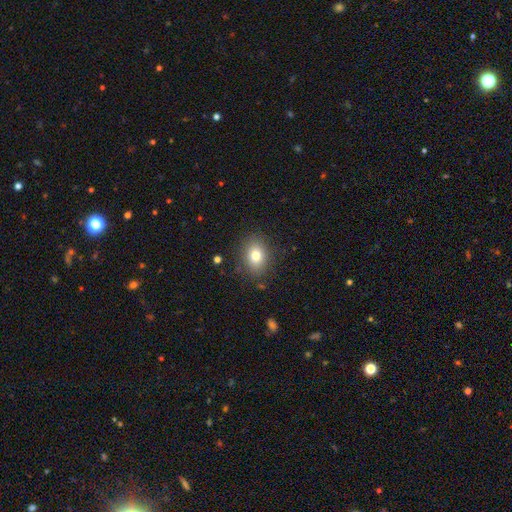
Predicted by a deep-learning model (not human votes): Smooth or featured? Predicted: smooth (p=0.80). How rounded? Predicted: in between (p=0.68). Merging? Predicted: none (p=0.85).